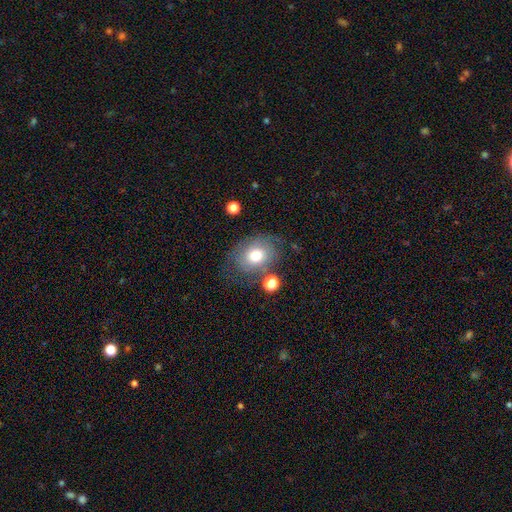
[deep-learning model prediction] smooth 62%, featured or disk 28%, star or artifact 10%. Down the decision tree: how rounded — in between (54%); merging — none (57%).